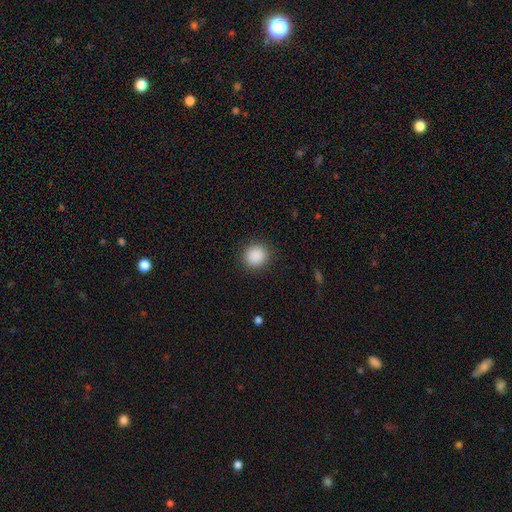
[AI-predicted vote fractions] This is clearly a smooth galaxy (89%). How rounded: clearly round (90%). Merging: clearly none (91%).